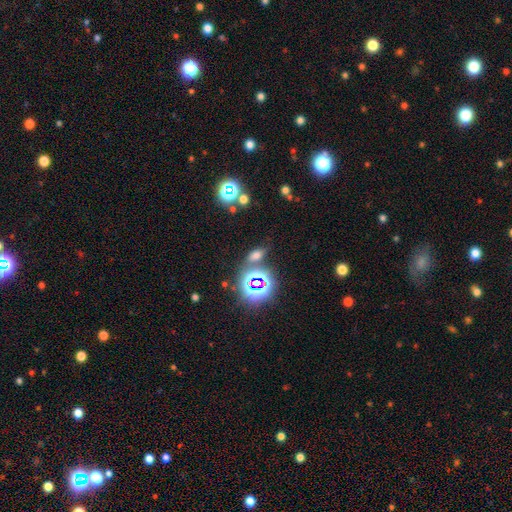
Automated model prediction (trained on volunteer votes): smooth_or_featured: smooth (p=0.55) [alt: star or artifact p=0.34]
how_rounded: in between (p=0.72) [alt: round p=0.18]
merging: none (p=0.70) [alt: merger p=0.13]